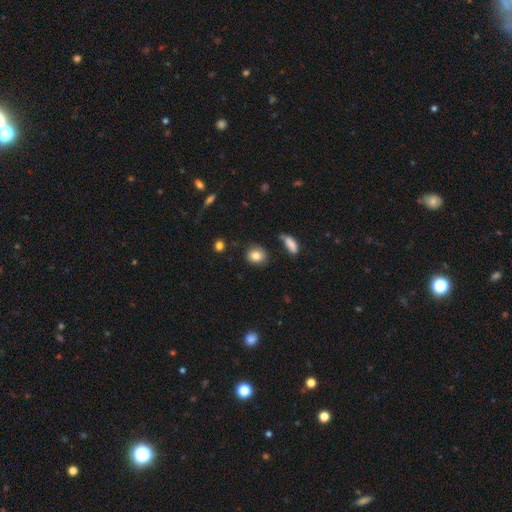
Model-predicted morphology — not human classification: A smooth galaxy with no disk features (83%) that is round (71%).

Vote fractions:
- Smooth or featured? smooth: 83% / star or artifact: 9% / featured or disk: 7%
- How rounded? round: 71% / in between: 27% / cigar-shaped: 2%
- Merging? none: 82% / minor disturbance: 12% / major disturbance: 3% / merger: 3%